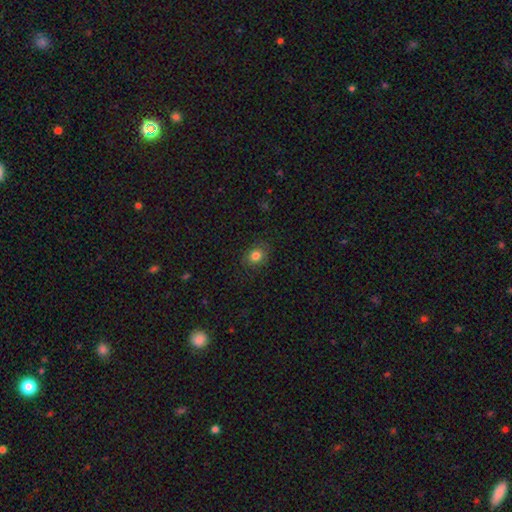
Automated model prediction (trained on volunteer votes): smooth-or-featured: smooth: 82% | star or artifact: 12% | featured or disk: 7%
  how-rounded: round: 57% | in between: 42% | cigar-shaped: 1%
  merging: none: 85% | minor disturbance: 11% | major disturbance: 3% | merger: 1%